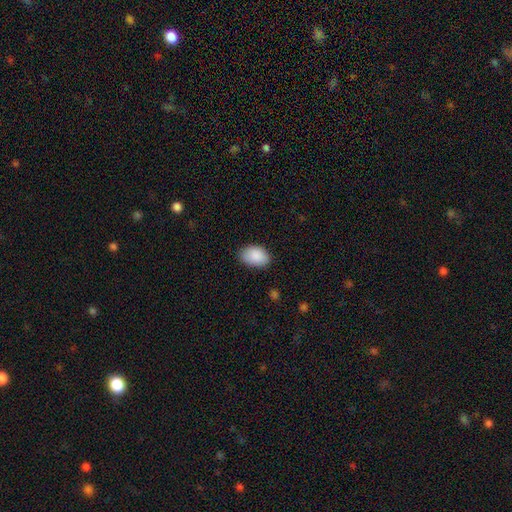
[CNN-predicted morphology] The model was most divided on "merging": none: 81%, minor disturbance: 15%, major disturbance: 3%, merger: 1%. More confident: how rounded — in between (90%); smooth or featured — smooth (90%).